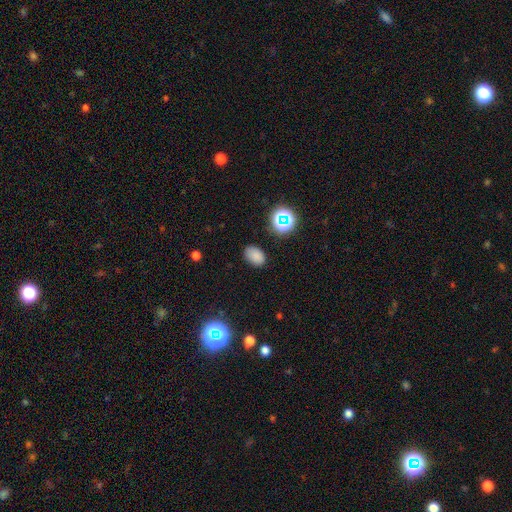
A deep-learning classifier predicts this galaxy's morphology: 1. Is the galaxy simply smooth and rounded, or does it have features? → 79% smooth, 15% star or artifact, 6% featured or disk.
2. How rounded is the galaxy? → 82% in between, 17% round, 1% cigar-shaped.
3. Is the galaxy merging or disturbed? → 83% none, 12% minor disturbance, 3% major disturbance, 2% merger.